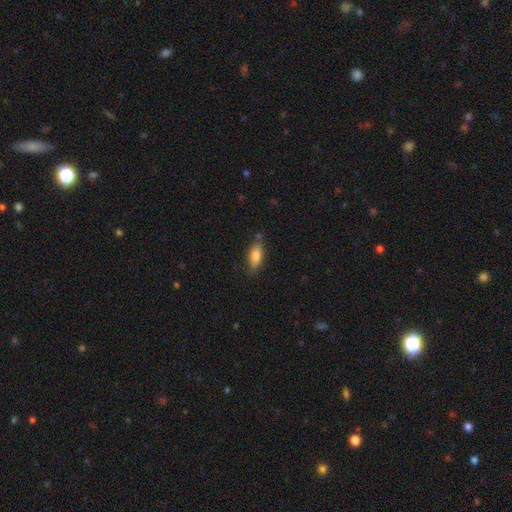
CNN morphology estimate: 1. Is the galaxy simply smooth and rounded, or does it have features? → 80% smooth, 13% featured or disk, 7% star or artifact.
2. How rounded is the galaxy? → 74% in between, 23% cigar-shaped, 2% round.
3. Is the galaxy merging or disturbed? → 77% none, 16% minor disturbance, 4% merger, 3% major disturbance.